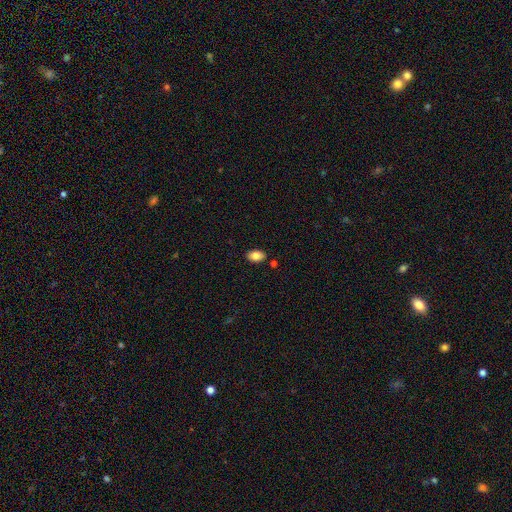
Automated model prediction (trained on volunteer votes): smooth 83%, featured or disk 9%, star or artifact 8%. Down the decision tree: how rounded — in between (90%); merging — none (85%).